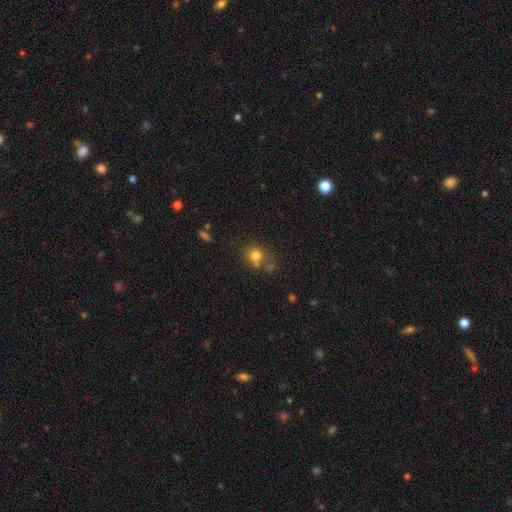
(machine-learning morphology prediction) Smooth or featured? Predicted: smooth (p=0.75). How rounded? Predicted: round (p=0.81). Merging? Predicted: none (p=0.55).